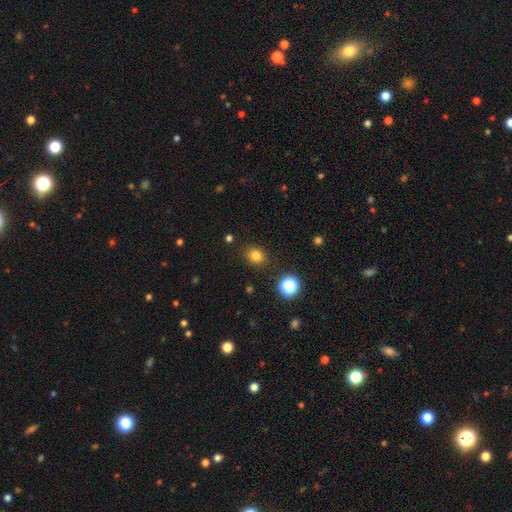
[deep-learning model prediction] Morphology: type=smooth (81%); roundness=round (59%); merging=none (87%).